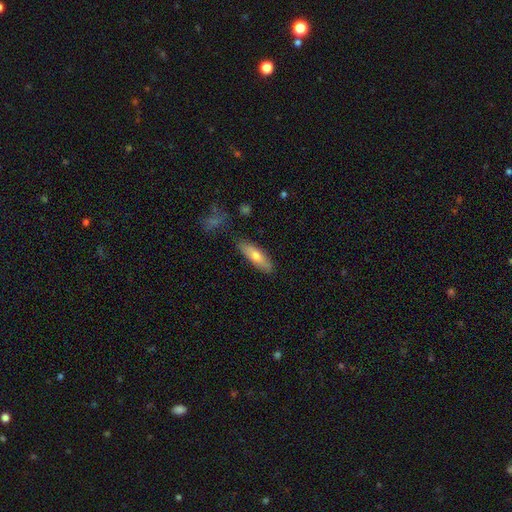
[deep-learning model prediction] Smooth or featured?
  - smooth: 66% *
  - featured or disk: 27%
  - star or artifact: 7%
How rounded?
  - cigar-shaped: 57% *
  - in between: 41%
  - round: 2%
Merging?
  - none: 83% *
  - minor disturbance: 12%
  - major disturbance: 2%
  - merger: 2%